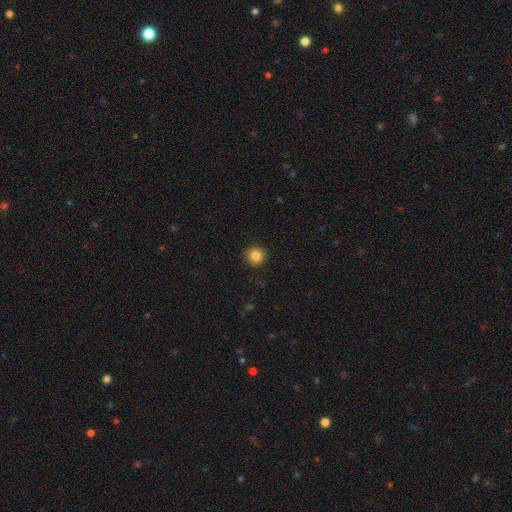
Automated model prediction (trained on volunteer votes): Smooth or featured? Predicted: smooth (p=0.85). How rounded? Predicted: round (p=0.93). Merging? Predicted: none (p=0.90).